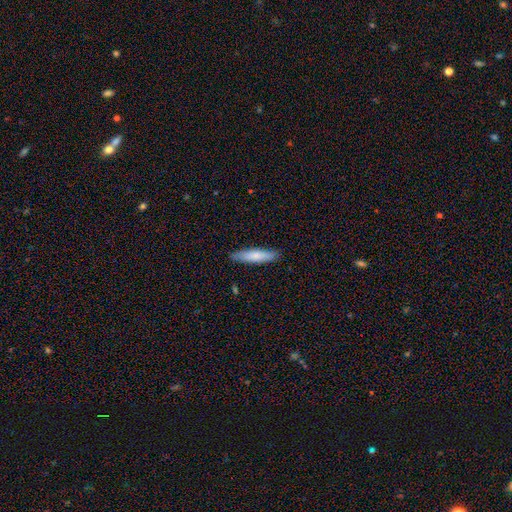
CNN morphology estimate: A smooth galaxy with no disk features (76%) that is cigar-shaped (83%).

Vote fractions:
- Smooth or featured? smooth: 76% / featured or disk: 19% / star or artifact: 5%
- How rounded? cigar-shaped: 83% / in between: 16% / round: 1%
- Merging? none: 88% / minor disturbance: 9% / major disturbance: 2% / merger: 1%